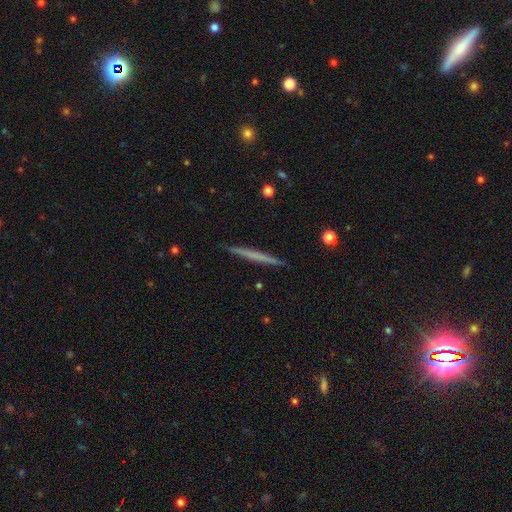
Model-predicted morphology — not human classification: smooth-or-featured: smooth: 50% | featured or disk: 44% | star or artifact: 5%
  how-rounded: cigar-shaped: 97% | in between: 2% | round: 1%
  merging: none: 92% | minor disturbance: 6% | major disturbance: 1% | merger: 1%